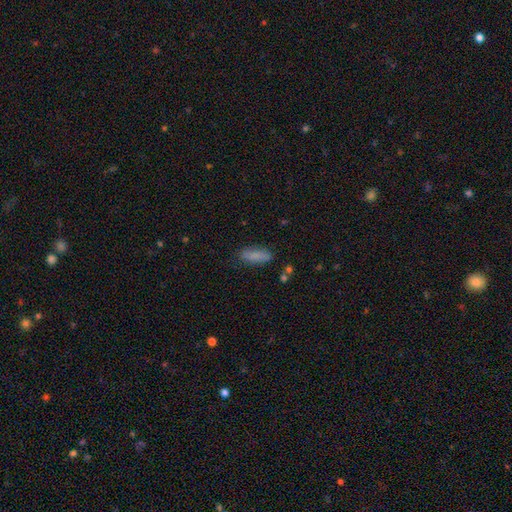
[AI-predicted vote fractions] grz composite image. It shows a smooth galaxy with no disk features (81%) that is in between round and cigar-shaped (59%). Merging: none (80%).